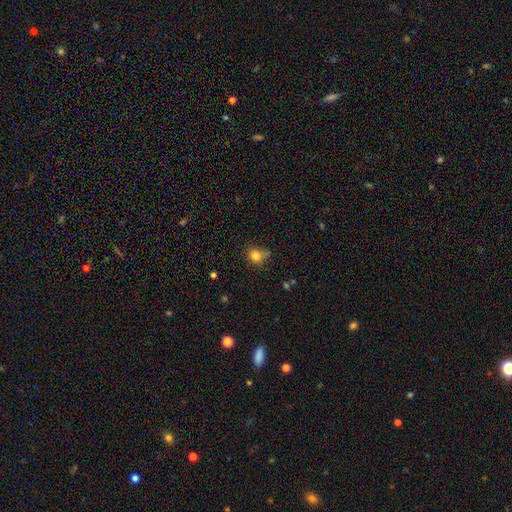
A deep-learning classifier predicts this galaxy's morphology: The model was most divided on "merging": none: 57%, minor disturbance: 29%, major disturbance: 9%, merger: 5%. More confident: smooth or featured — smooth (80%); how rounded — round (72%).